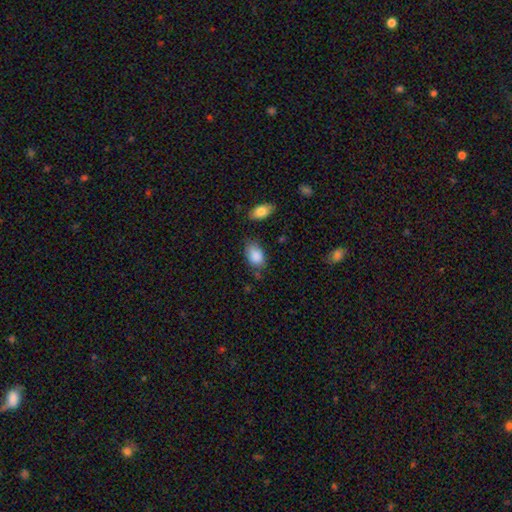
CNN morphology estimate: Q: Smooth or featured?
A: smooth (87%); runner-up: star or artifact (7%)
Q: How rounded?
A: in between (88%); runner-up: round (10%)
Q: Merging?
A: none (65%); runner-up: minor disturbance (25%)